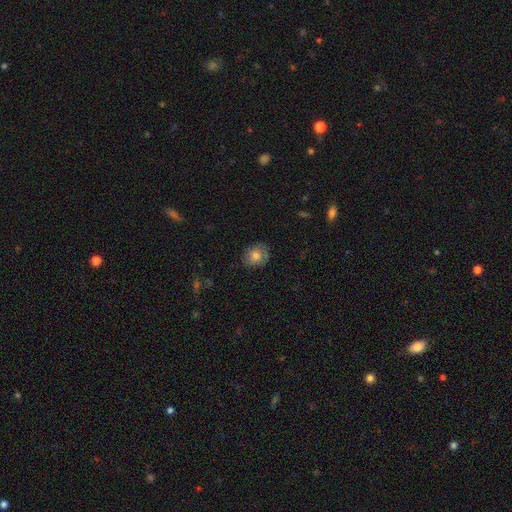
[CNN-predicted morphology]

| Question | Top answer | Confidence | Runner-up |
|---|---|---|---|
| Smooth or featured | smooth | 75% | featured or disk (16%) |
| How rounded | round | 61% | in between (38%) |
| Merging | none | 78% | minor disturbance (18%) |